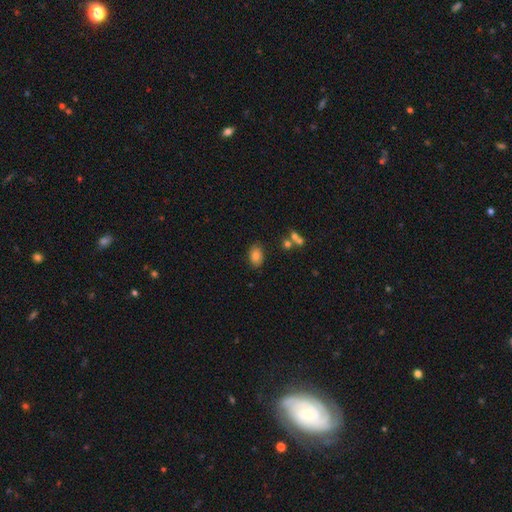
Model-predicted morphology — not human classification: type=smooth (81%); roundness=in between (83%); merging=none (81%).